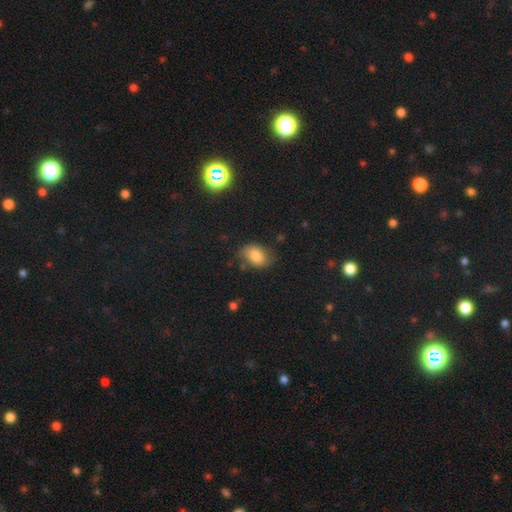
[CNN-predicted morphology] This appears to be a smooth galaxy with no disk features (79%) that is in between round and cigar-shaped (82%). Merging: none (70%).